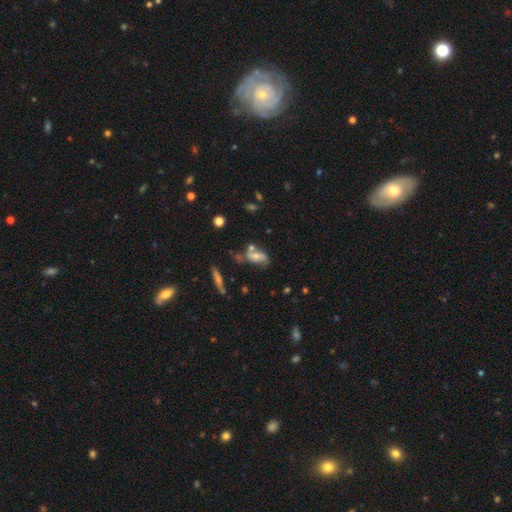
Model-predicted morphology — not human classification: Smooth or featured: smooth — 46% (featured or disk — 42%)
Merging: none — 37% (merger — 29%)